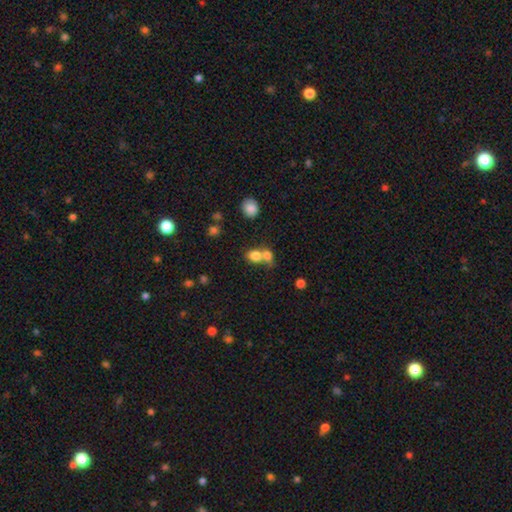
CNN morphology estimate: Smooth or featured? Predicted: smooth (p=0.78). How rounded? Predicted: round (p=0.54). Merging? Predicted: merger (p=0.58).